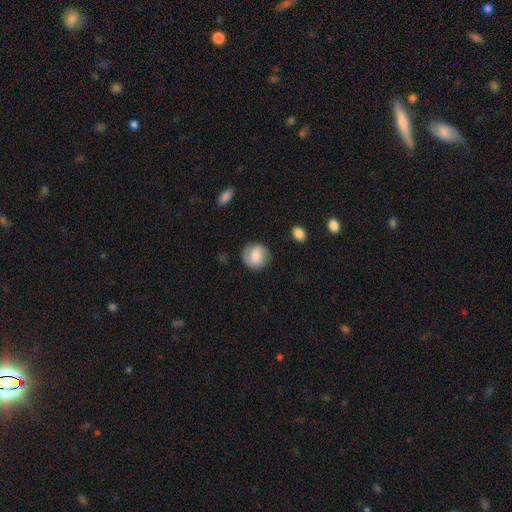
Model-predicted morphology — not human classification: Smooth or featured? smooth (66%)
How rounded? round (86%)
Merging? none (81%)